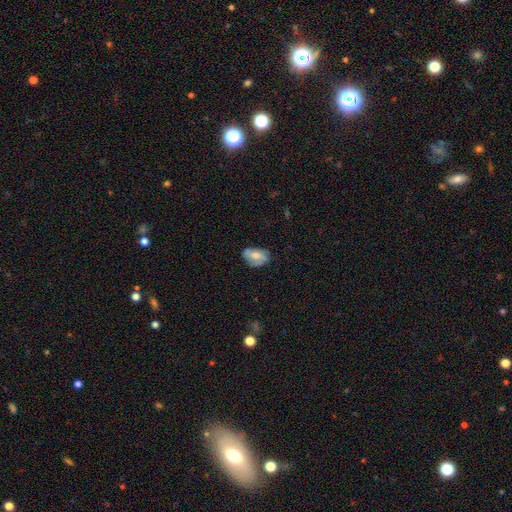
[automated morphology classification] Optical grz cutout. It shows a smooth galaxy with no disk features (55%) that is in between round and cigar-shaped (87%). Merging: none (62%).